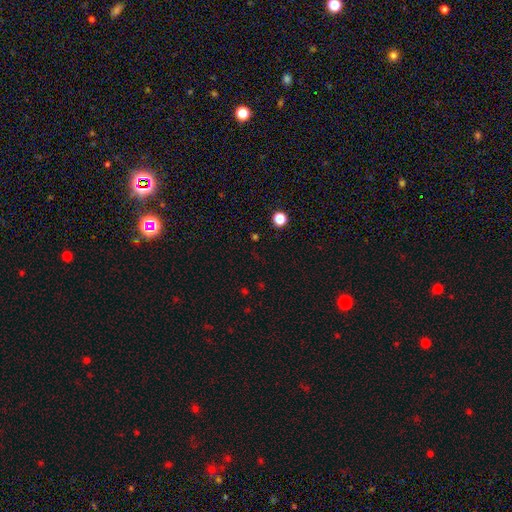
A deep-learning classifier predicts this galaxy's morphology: This appears to be a star or artifact, not a galaxy (59%).